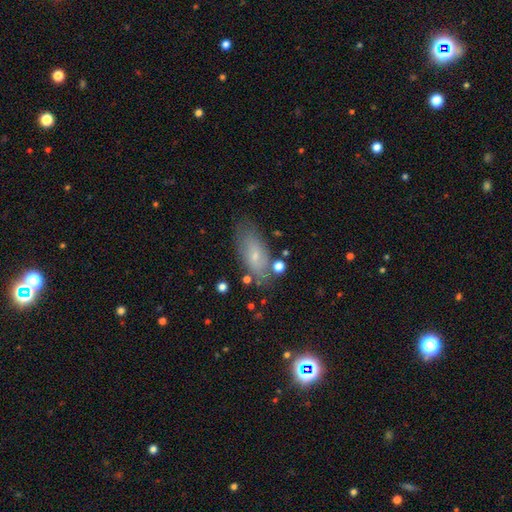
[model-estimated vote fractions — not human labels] smooth_or_featured: smooth (p=0.41) [alt: featured or disk p=0.34]
merging: none (p=0.74) [alt: minor disturbance p=0.16]